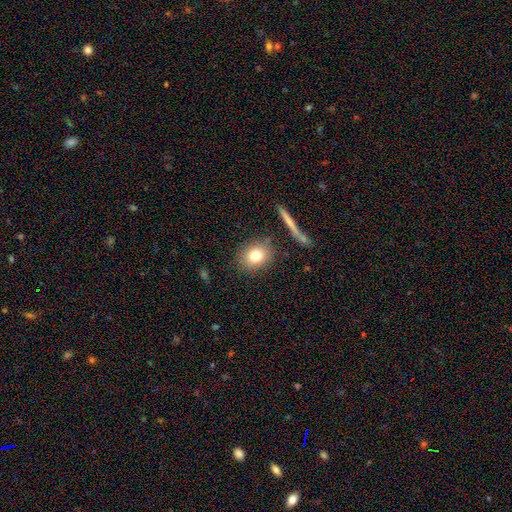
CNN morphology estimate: Overall: smooth (77%). How rounded: round (64%; in between 34%). Merging: none (83%).